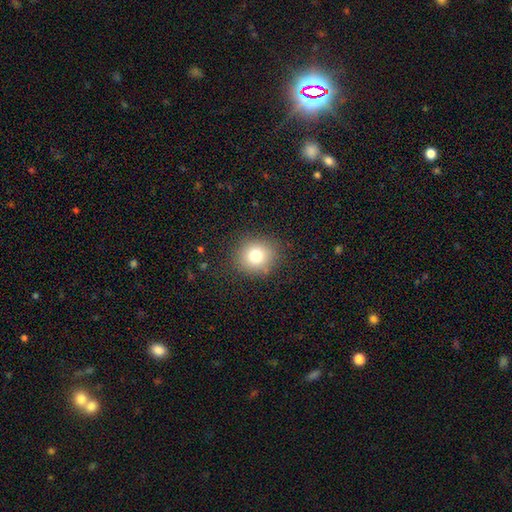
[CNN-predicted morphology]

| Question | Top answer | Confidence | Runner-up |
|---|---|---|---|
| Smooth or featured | smooth | 78% | star or artifact (12%) |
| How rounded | round | 82% | in between (18%) |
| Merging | none | 86% | minor disturbance (9%) |